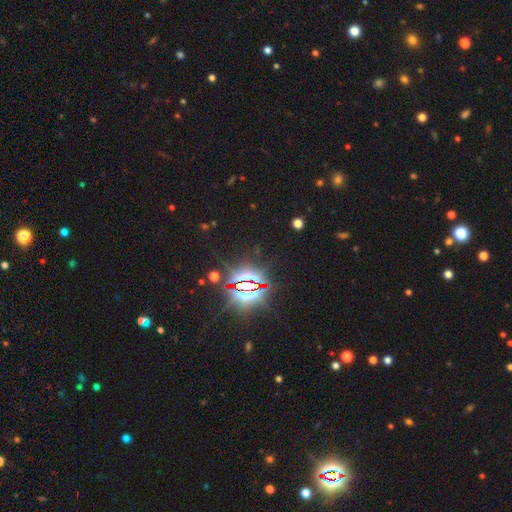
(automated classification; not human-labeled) Smooth or featured? Predicted: star or artifact (p=0.84).